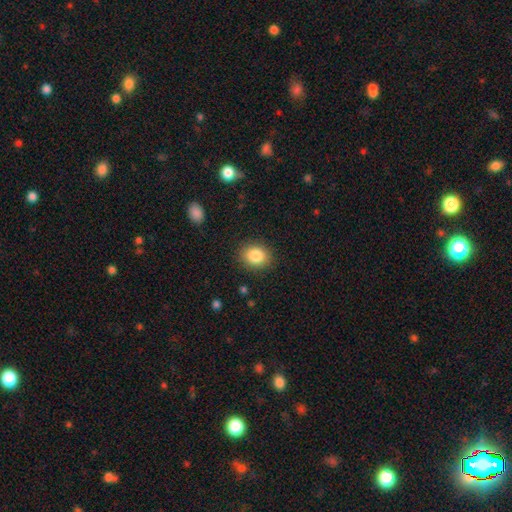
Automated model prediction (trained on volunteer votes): The model was most divided on "how rounded": round: 58%, in between: 41%, cigar-shaped: 1%. More confident: merging — none (88%); smooth or featured — smooth (85%).